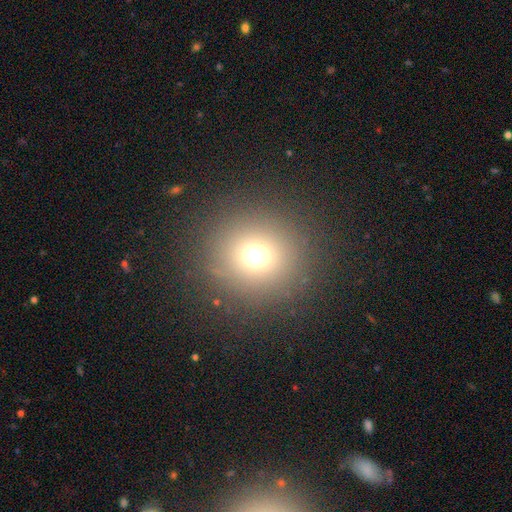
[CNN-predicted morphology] Overall: smooth (67%). How rounded: round (90%). Merging: none (86%).